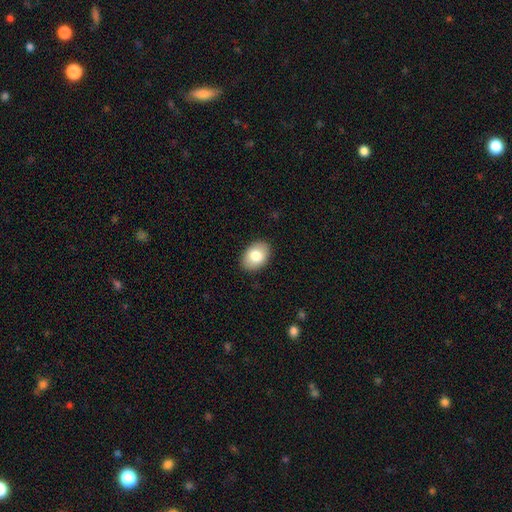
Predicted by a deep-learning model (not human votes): A smooth galaxy with no disk features (80%) that is in between round and cigar-shaped (82%). Merging: none (89%).